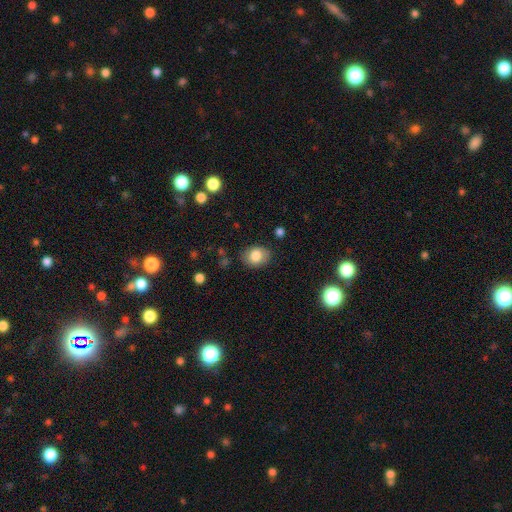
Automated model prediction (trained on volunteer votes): Q: Smooth or featured?
A: smooth (81%); runner-up: featured or disk (10%)
Q: How rounded?
A: in between (60%); runner-up: round (39%)
Q: Merging?
A: none (82%); runner-up: minor disturbance (13%)